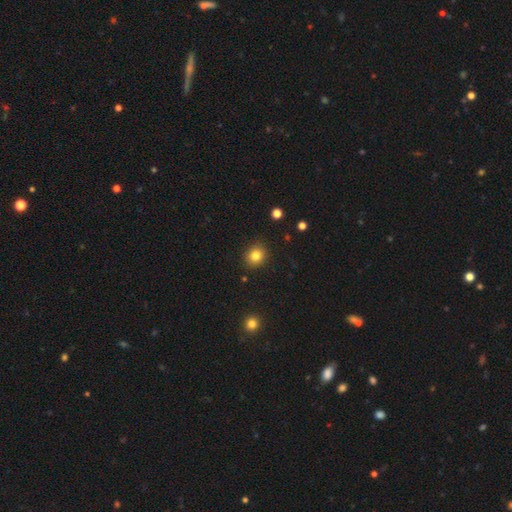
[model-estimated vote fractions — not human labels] Smooth or featured: smooth — 83% (star or artifact — 11%)
How rounded: round — 80% (in between — 20%)
Merging: none — 90% (minor disturbance — 7%)